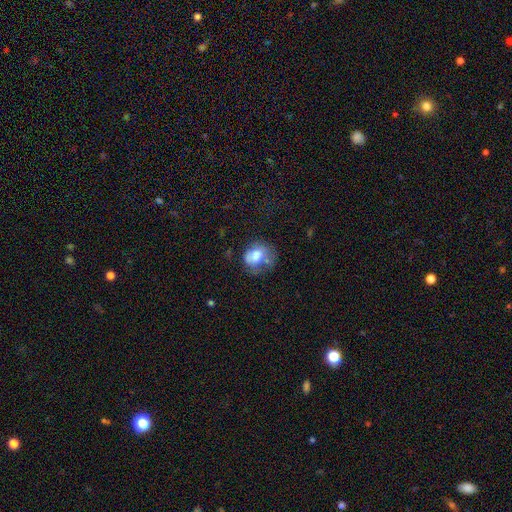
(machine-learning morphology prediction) Smooth or featured? smooth (68%)
How rounded? round (50%)
Merging? none (36%)